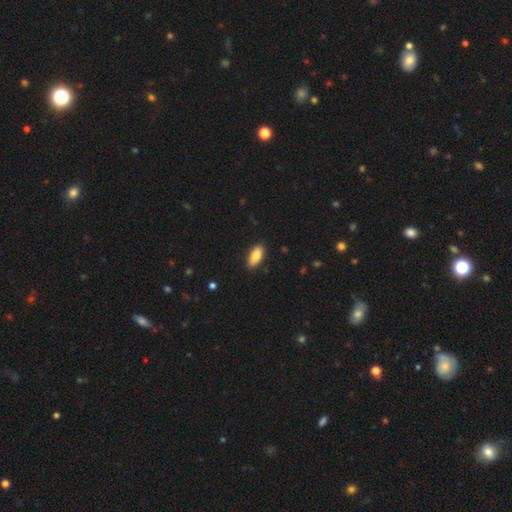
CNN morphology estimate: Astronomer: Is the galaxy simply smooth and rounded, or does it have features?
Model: smooth — 83%.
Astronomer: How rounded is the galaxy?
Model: in between — 86%.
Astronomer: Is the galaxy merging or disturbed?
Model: none — 87%.